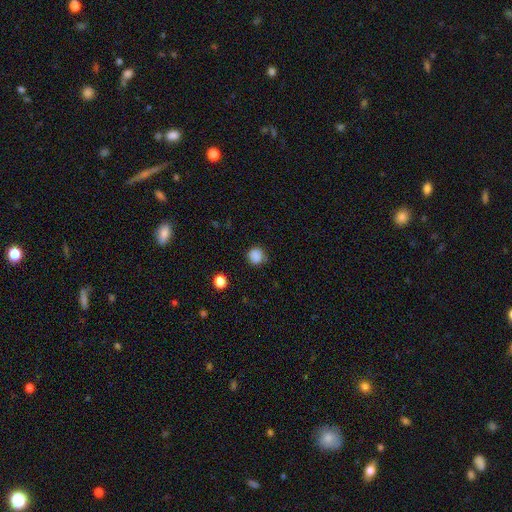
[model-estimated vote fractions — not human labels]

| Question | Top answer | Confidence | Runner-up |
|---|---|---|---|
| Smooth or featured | smooth | 85% | star or artifact (12%) |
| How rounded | round | 90% | in between (9%) |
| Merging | none | 80% | minor disturbance (14%) |